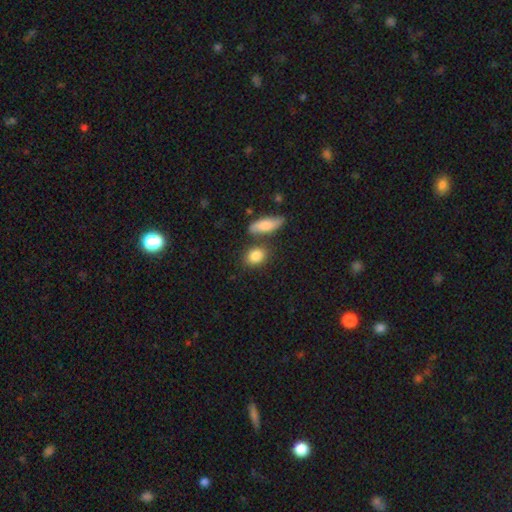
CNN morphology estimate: smooth 85%, featured or disk 8%, star or artifact 7%. Down the decision tree: how rounded — in between (65%); merging — none (67%).